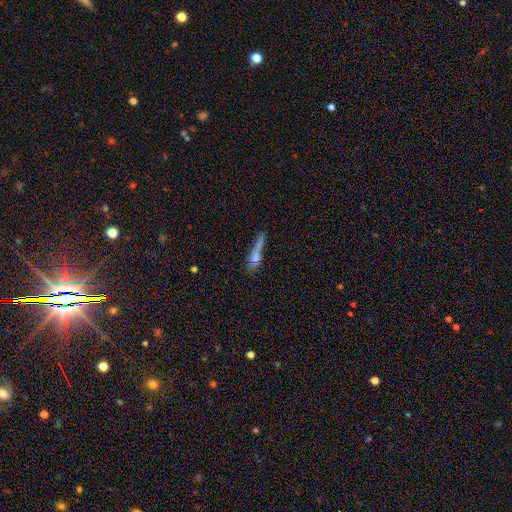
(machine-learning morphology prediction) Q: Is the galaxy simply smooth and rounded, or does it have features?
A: smooth — 59%.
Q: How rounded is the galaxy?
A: cigar-shaped — 75%.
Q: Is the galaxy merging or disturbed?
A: none — 38%.